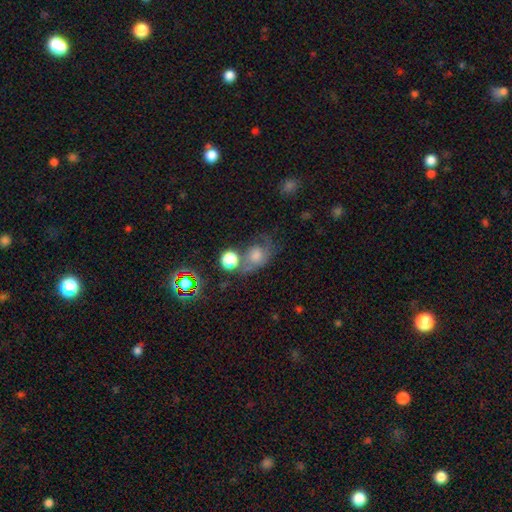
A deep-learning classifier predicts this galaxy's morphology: smooth-or-featured: smooth: 42% | featured or disk: 34% | star or artifact: 24%
  merging: none: 43% | minor disturbance: 20% | merger: 20% | major disturbance: 16%